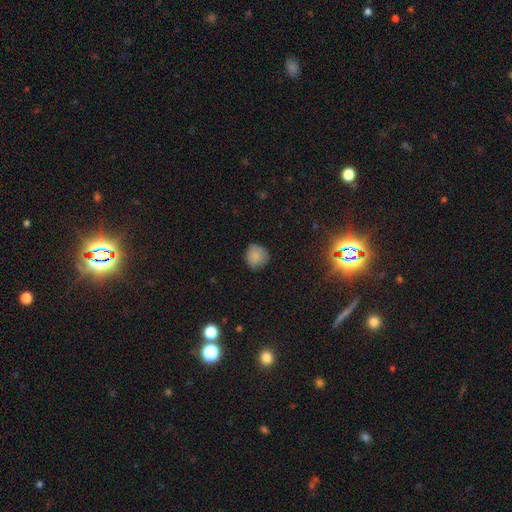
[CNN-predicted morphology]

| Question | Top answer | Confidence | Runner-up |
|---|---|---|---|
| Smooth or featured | smooth | 84% | star or artifact (9%) |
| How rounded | round | 89% | in between (10%) |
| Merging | none | 78% | minor disturbance (18%) |